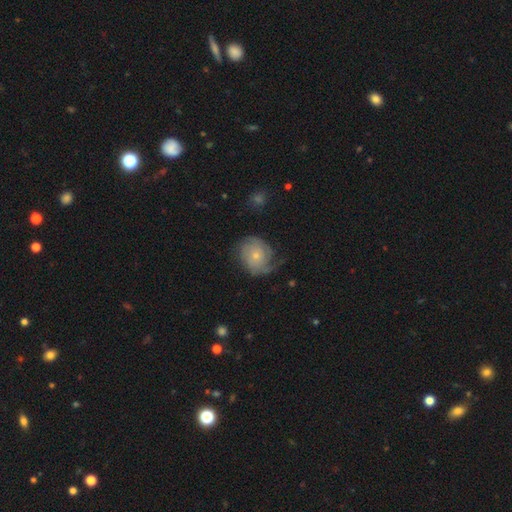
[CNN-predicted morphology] Smooth or featured?
  - featured or disk: 63% *
  - smooth: 30%
  - star or artifact: 7%
Edge-on disk?
  - no: 97% *
  - yes: 3%
Bar?
  - no: 81% *
  - weak: 16%
  - strong: 3%
Spiral arms?
  - yes: 86% *
  - no: 14%
Spiral winding?
  - tight: 47% *
  - medium: 32%
  - loose: 22%
Spiral arm count?
  - 2: 33% *
  - can't tell: 29%
  - 1: 20%
  - 3: 10%
  - 4: 4%
  - more than 4: 3%
Bulge size?
  - small: 70% *
  - moderate: 26%
  - none: 2%
  - large: 2%
  - dominant: 1%
Merging?
  - none: 51% *
  - minor disturbance: 26%
  - major disturbance: 21%
  - merger: 2%